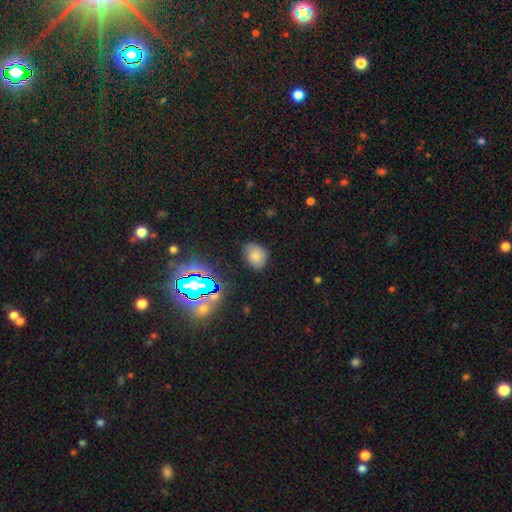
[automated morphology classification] Smooth or featured? Predicted: smooth (p=0.73). How rounded? Predicted: in between (p=0.62). Merging? Predicted: none (p=0.72).